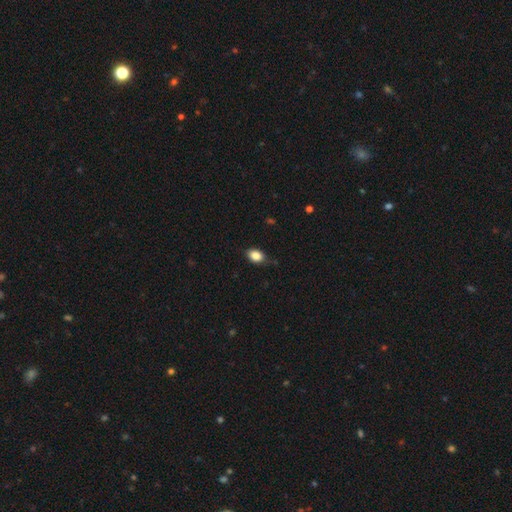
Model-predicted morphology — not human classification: Smooth or featured: smooth — 85% (star or artifact — 9%)
How rounded: in between — 73% (round — 26%)
Merging: none — 74% (minor disturbance — 21%)